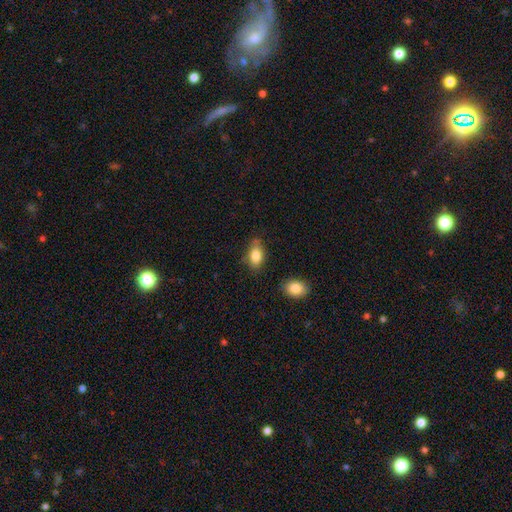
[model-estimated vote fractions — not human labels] smooth 83%, featured or disk 9%, star or artifact 7%. Down the decision tree: how rounded — in between (90%); merging — none (69%).